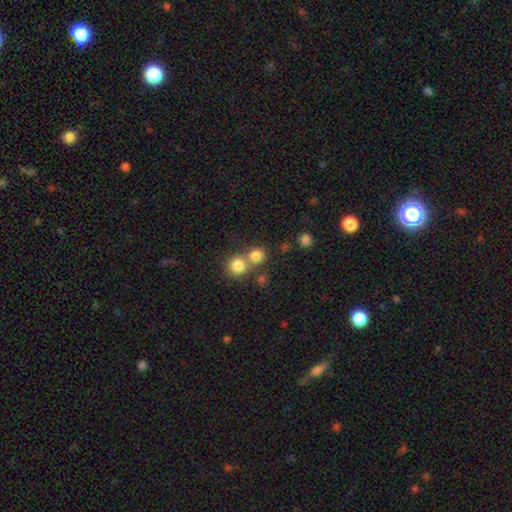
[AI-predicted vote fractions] Overall: smooth (80%). How rounded: round (86%). Merging: none (50%; merger 40%).